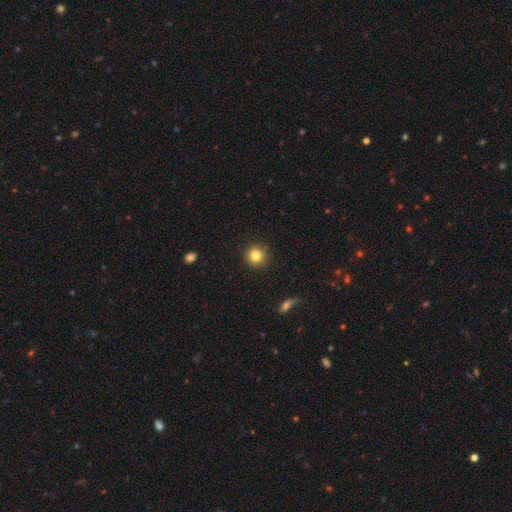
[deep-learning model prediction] Smooth or featured? Predicted: smooth (p=0.83). How rounded? Predicted: round (p=0.94). Merging? Predicted: none (p=0.91).